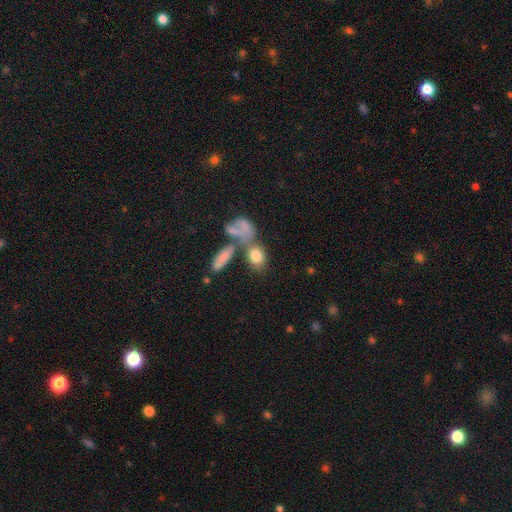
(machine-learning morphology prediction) Overall: smooth (75%). How rounded: in between (68%). Merging: none (40%; merger 36%).